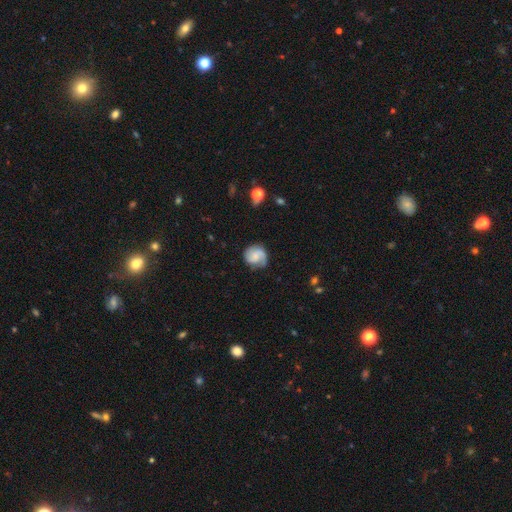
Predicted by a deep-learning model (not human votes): Smooth or featured?
  - featured or disk: 55% *
  - smooth: 37%
  - star or artifact: 8%
Edge-on disk?
  - no: 98% *
  - yes: 2%
Bar?
  - no: 58% *
  - weak: 36%
  - strong: 6%
Spiral arms?
  - yes: 91% *
  - no: 9%
Bulge size?
  - small: 40% *
  - none: 32%
  - moderate: 22%
  - large: 5%
  - dominant: 2%
Merging?
  - none: 66% *
  - minor disturbance: 23%
  - major disturbance: 10%
  - merger: 2%